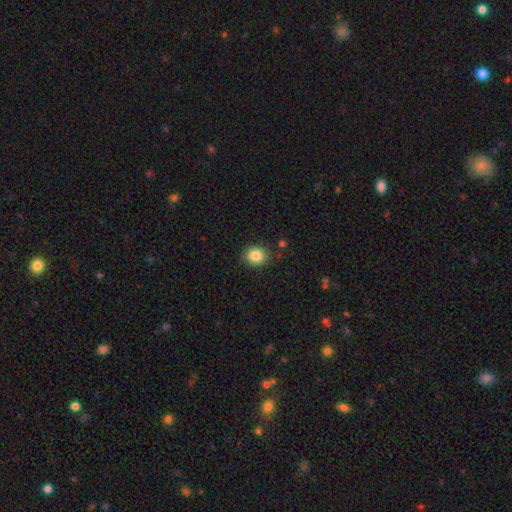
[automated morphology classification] smooth_or_featured: smooth (p=0.85) [alt: star or artifact p=0.09]
how_rounded: round (p=0.70) [alt: in between p=0.29]
merging: none (p=0.87) [alt: minor disturbance p=0.09]